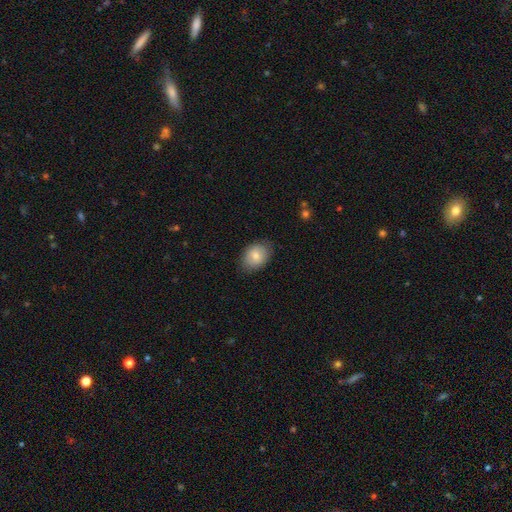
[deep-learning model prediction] Smooth or featured?
  - smooth: 79% *
  - featured or disk: 14%
  - star or artifact: 7%
How rounded?
  - in between: 73% *
  - round: 26%
  - cigar-shaped: 1%
Merging?
  - none: 82% *
  - minor disturbance: 14%
  - major disturbance: 3%
  - merger: 1%